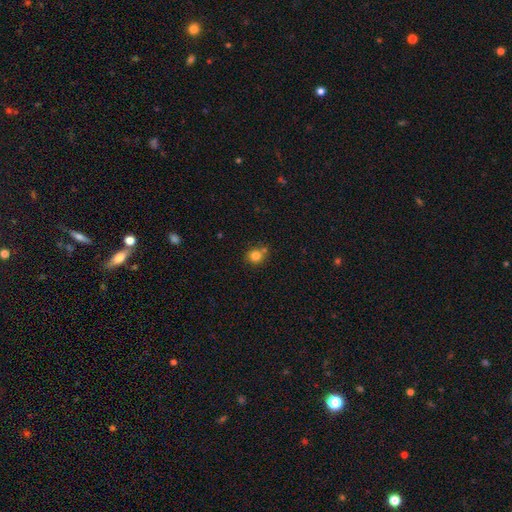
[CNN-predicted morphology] type=smooth (81%); roundness=round (88%); merging=none (67%).